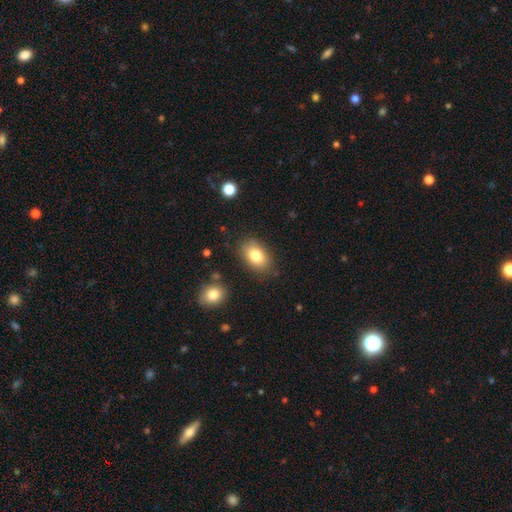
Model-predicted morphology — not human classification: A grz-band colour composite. It shows a smooth galaxy with no disk features (81%) that is in between round and cigar-shaped (85%). Merging: none (83%).